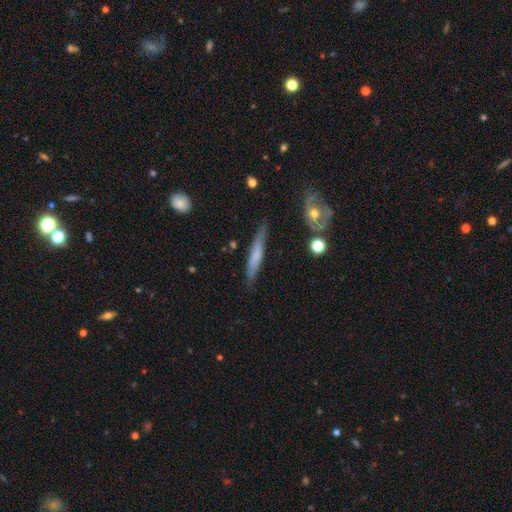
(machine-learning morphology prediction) Smooth or featured? Predicted: smooth (p=0.56). How rounded? Predicted: cigar-shaped (p=0.92). Merging? Predicted: none (p=0.79).